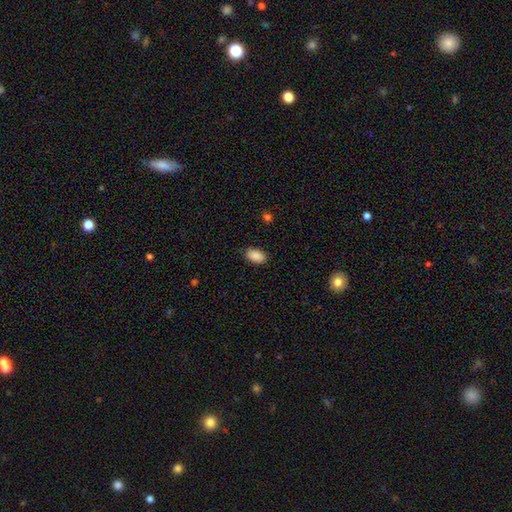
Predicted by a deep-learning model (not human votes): Q: Smooth or featured?
A: smooth (89%); runner-up: star or artifact (7%)
Q: How rounded?
A: in between (94%); runner-up: round (5%)
Q: Merging?
A: none (85%); runner-up: minor disturbance (12%)